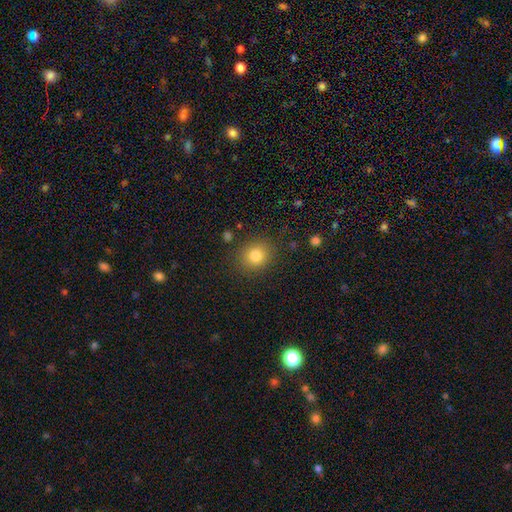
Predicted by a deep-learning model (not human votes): Smooth or featured? Predicted: smooth (p=0.81). How rounded? Predicted: round (p=0.75). Merging? Predicted: none (p=0.85).